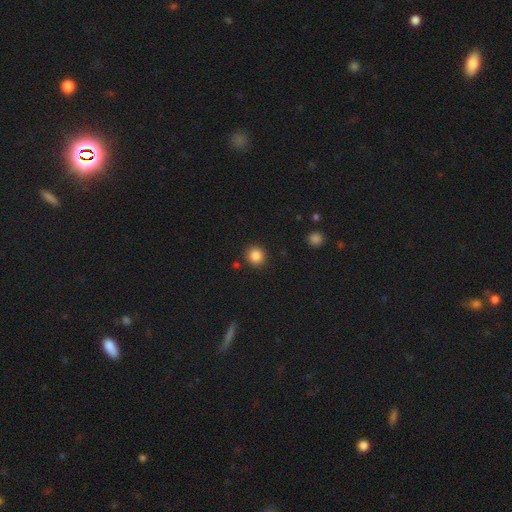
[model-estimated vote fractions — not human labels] Smooth or featured: smooth — 85% (star or artifact — 11%)
How rounded: round — 90% (in between — 9%)
Merging: none — 88% (minor disturbance — 7%)